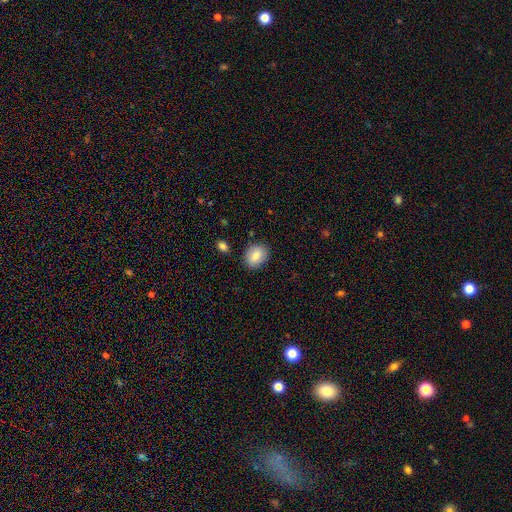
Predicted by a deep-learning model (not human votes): smooth-or-featured: smooth: 81% | featured or disk: 11% | star or artifact: 8%
  how-rounded: in between: 53% | round: 46% | cigar-shaped: 1%
  merging: none: 84% | minor disturbance: 11% | major disturbance: 3% | merger: 2%